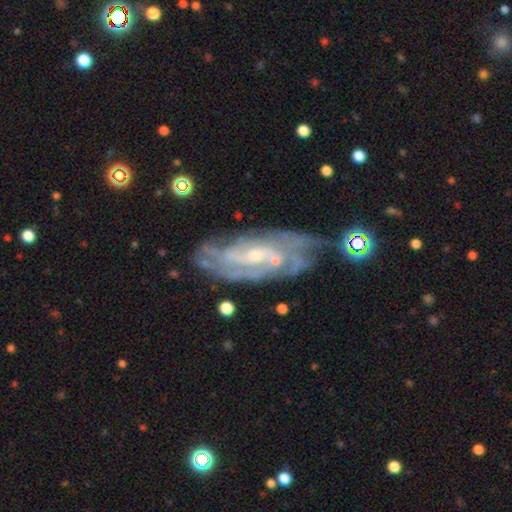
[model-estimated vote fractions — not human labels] A featured or disk galaxy (85%) with no bar (47%), tight (59%) spiral arms (94%) and a small central bulge (65%).

Vote fractions:
- Smooth or featured? featured or disk: 85% / smooth: 9% / star or artifact: 7%
- Edge-on disk? no: 90% / yes: 10%
- Bar? no: 47% / weak: 40% / strong: 13%
- Spiral arms? yes: 94% / no: 6%
- Spiral winding? tight: 59% / medium: 33% / loose: 8%
- Spiral arm count? can't tell: 40% / 2: 20% / 3: 16% / 4: 13% / more than 4: 6% / 1: 5%
- Bulge size? small: 65% / moderate: 28% / none: 4% / large: 2% / dominant: 1%
- Merging? none: 68% / minor disturbance: 20% / major disturbance: 8% / merger: 4%